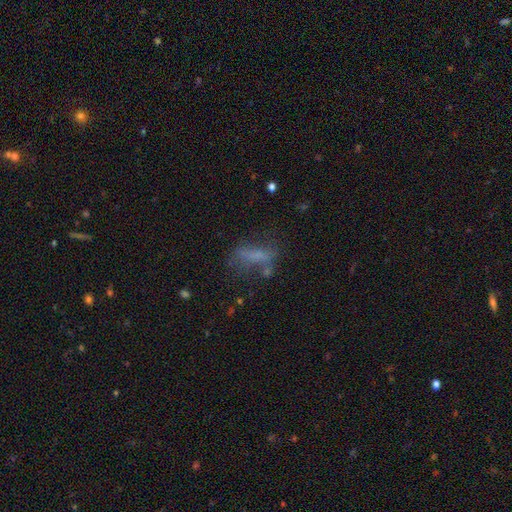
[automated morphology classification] smooth 53%, featured or disk 29%, star or artifact 17%. Down the decision tree: how rounded — in between (50%); merging — none (46%).